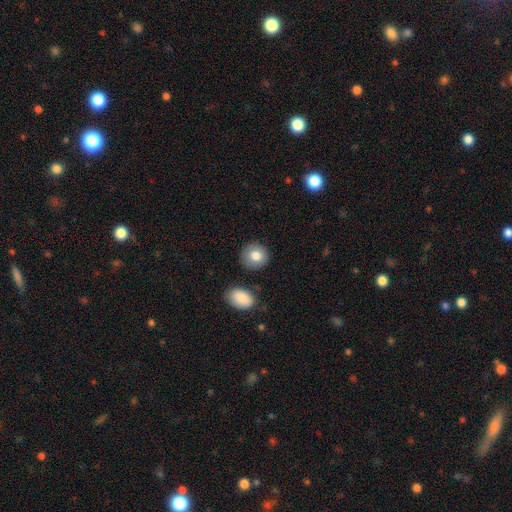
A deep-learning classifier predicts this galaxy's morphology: Smooth or featured? Predicted: smooth (p=0.82). How rounded? Predicted: round (p=0.86). Merging? Predicted: none (p=0.84).